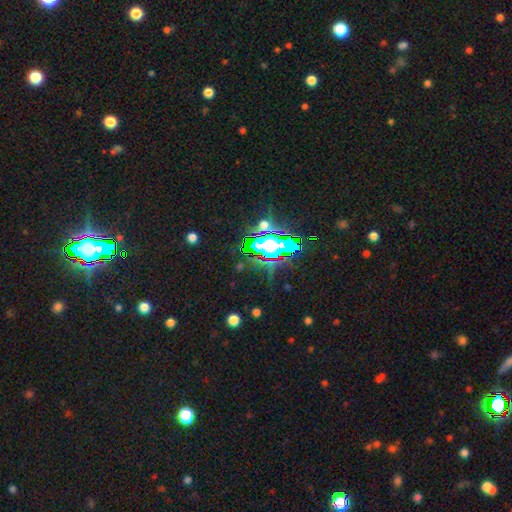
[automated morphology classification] Q: Smooth or featured?
A: star or artifact (78%); runner-up: smooth (13%)